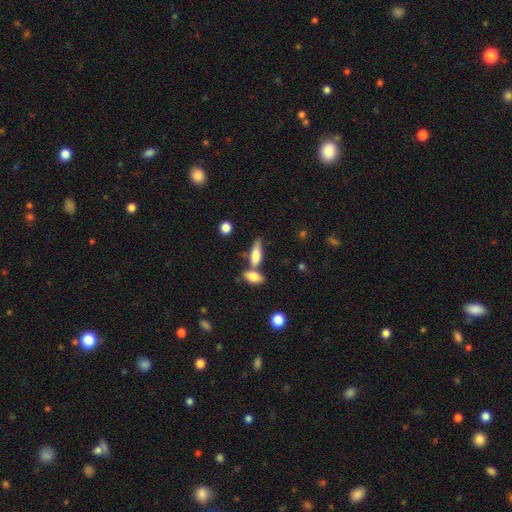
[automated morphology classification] Smooth or featured? smooth (75%)
How rounded? in between (61%)
Merging? none (41%)